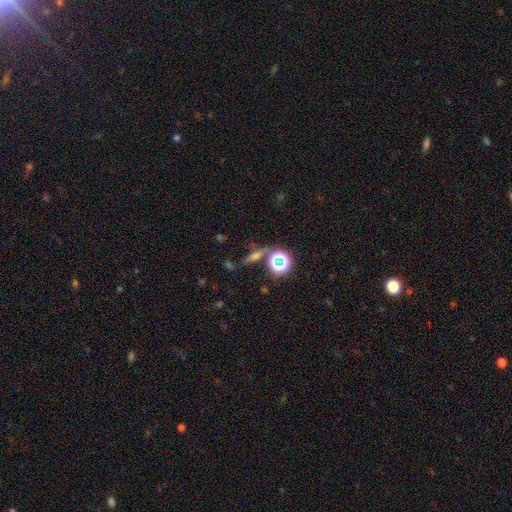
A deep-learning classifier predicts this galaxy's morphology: smooth_or_featured: smooth (p=0.36) [alt: star or artifact p=0.33]
merging: none (p=0.75) [alt: minor disturbance p=0.11]